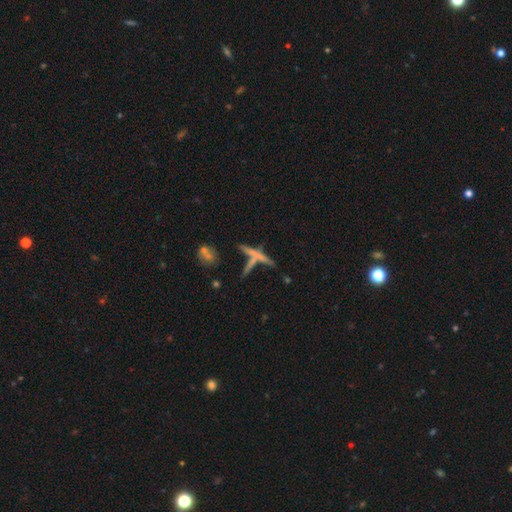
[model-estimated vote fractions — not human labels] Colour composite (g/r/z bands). It shows a featured or disk galaxy (43%, tied with smooth). Merging: none (54%).